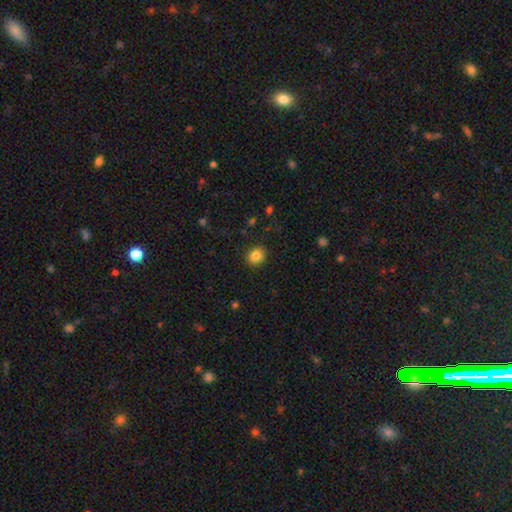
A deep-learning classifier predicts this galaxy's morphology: Smooth or featured? smooth (84%)
How rounded? round (75%)
Merging? none (89%)